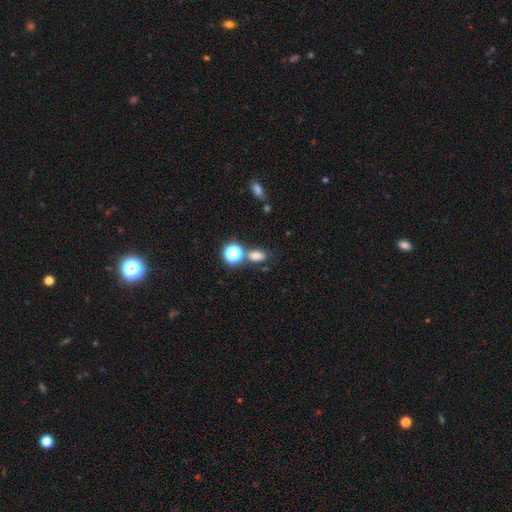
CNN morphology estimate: A smooth galaxy with no disk features (73%) that is in between round and cigar-shaped (71%). Merging: none (63%).